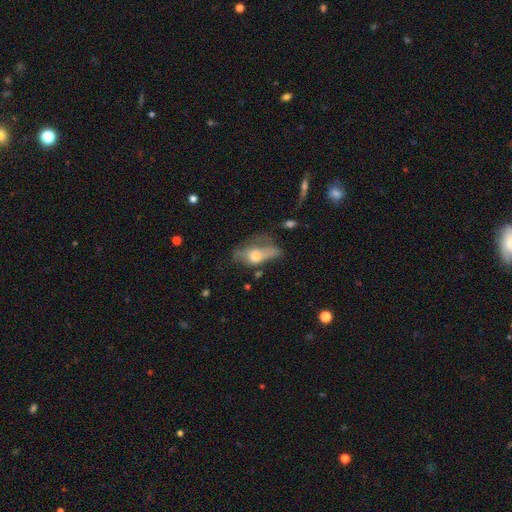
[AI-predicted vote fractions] This is possibly a smooth galaxy (50%). How rounded: likely in between (77%). Merging: marginally major disturbance (39%).